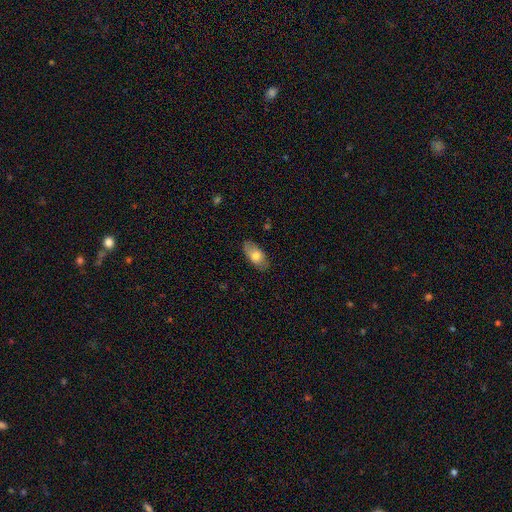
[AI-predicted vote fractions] smooth 71%, featured or disk 23%, star or artifact 6%. Down the decision tree: how rounded — in between (92%); merging — none (83%).